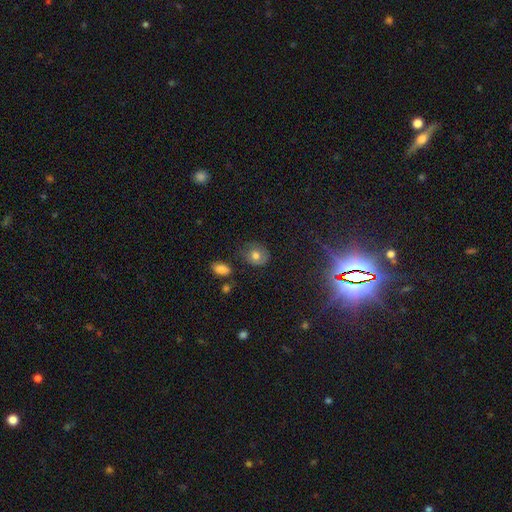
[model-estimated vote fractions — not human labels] Smooth or featured? Predicted: smooth (p=0.73). How rounded? Predicted: round (p=0.68). Merging? Predicted: none (p=0.68).